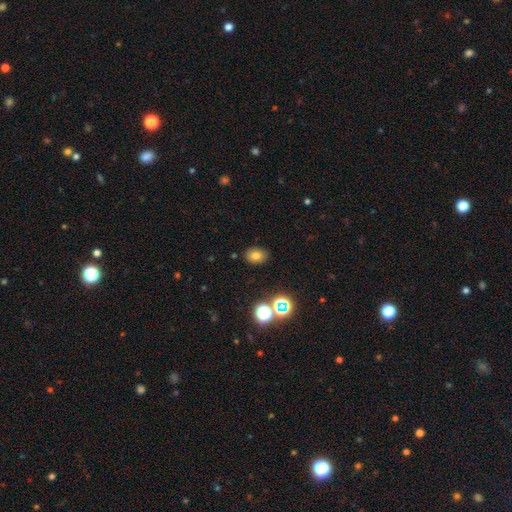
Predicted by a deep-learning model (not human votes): Morphology: type=smooth (73%); roundness=in between (63%); merging=none (86%).